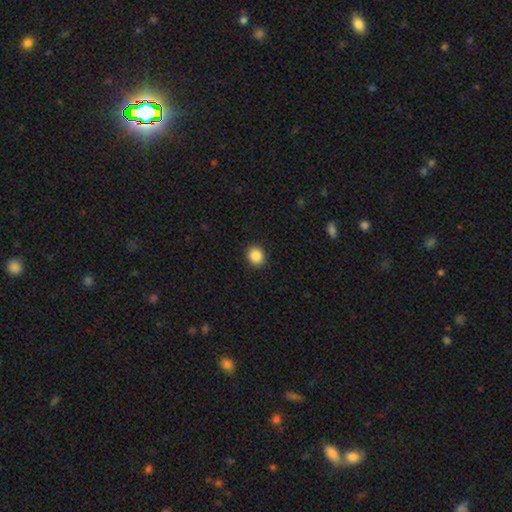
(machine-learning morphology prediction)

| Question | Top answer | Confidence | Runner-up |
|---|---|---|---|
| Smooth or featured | smooth | 87% | star or artifact (9%) |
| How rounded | round | 76% | in between (23%) |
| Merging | none | 91% | minor disturbance (6%) |